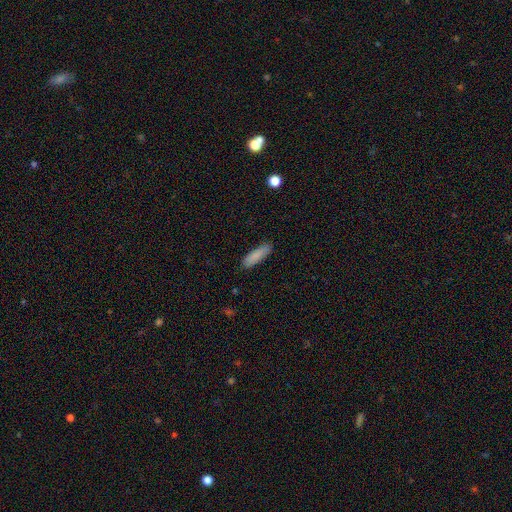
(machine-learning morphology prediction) This is clearly a smooth galaxy (86%). How rounded: likely cigar-shaped (66%). Merging: clearly none (87%).